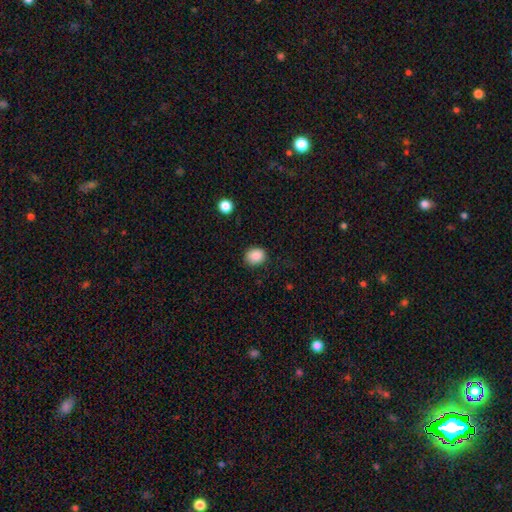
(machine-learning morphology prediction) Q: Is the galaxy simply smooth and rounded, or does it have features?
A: smooth — 88%.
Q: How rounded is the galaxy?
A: round — 59%.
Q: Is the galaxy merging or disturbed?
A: none — 83%.